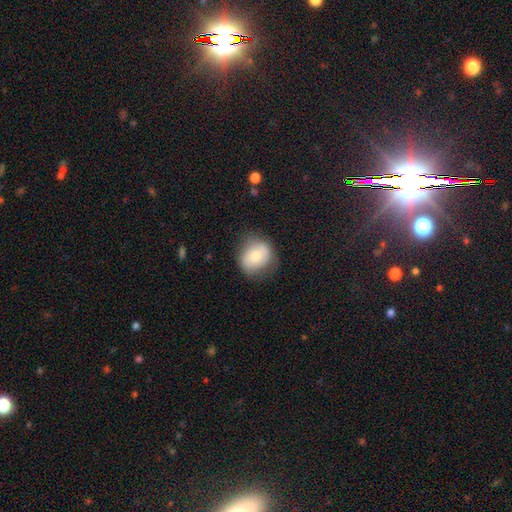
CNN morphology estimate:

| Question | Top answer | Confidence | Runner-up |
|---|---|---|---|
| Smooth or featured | smooth | 69% | featured or disk (23%) |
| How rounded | round | 66% | in between (33%) |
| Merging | none | 68% | minor disturbance (23%) |